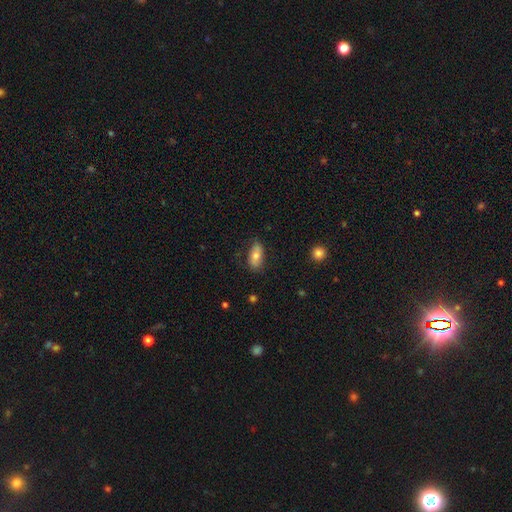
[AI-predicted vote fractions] A smooth galaxy with no disk features (71%) that is in between round and cigar-shaped (90%). Merging: none (76%).